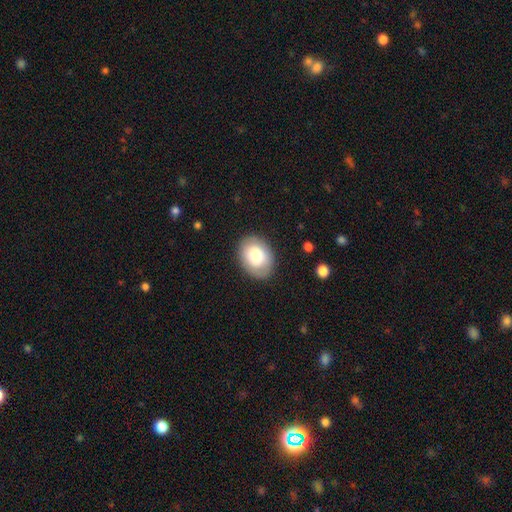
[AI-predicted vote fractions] Morphology: type=smooth (79%); roundness=in between (70%); merging=none (85%).